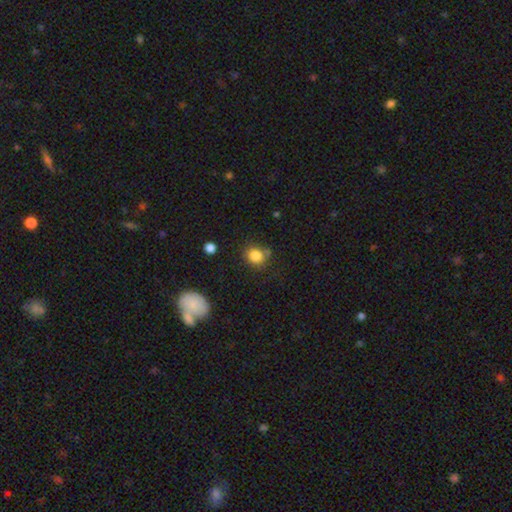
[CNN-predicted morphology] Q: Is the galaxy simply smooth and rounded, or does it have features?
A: smooth — 83%.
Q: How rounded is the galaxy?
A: round — 78%.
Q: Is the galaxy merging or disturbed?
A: none — 72%.